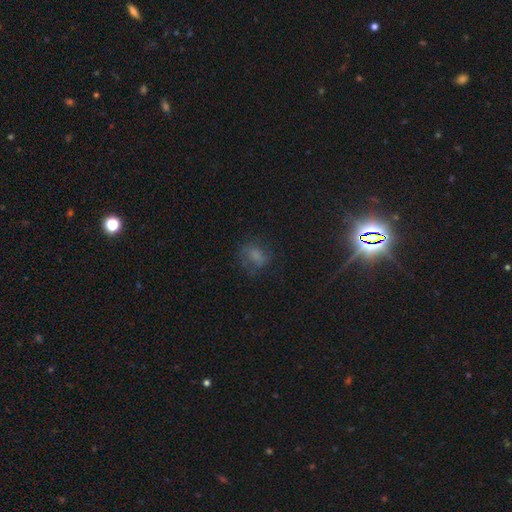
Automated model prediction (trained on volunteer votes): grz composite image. It shows a smooth galaxy with no disk features (60%) that is in between round and cigar-shaped (56%). Merging: none (54%).